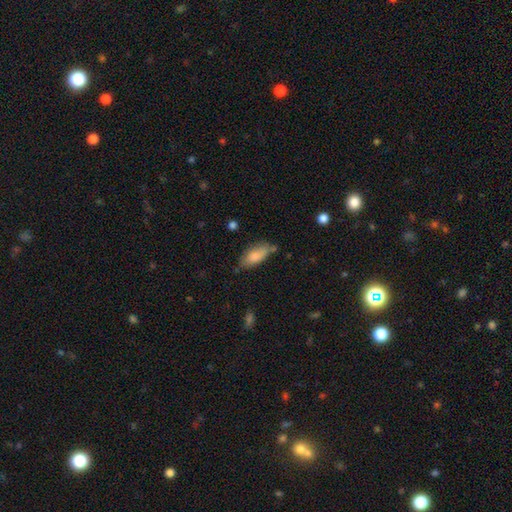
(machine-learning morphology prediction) Smooth or featured? smooth (82%)
How rounded? in between (84%)
Merging? none (64%)